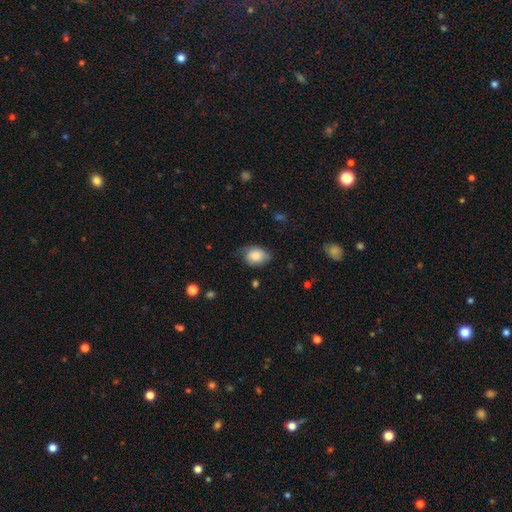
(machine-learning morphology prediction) type=smooth (82%); roundness=in between (76%); merging=none (57%).